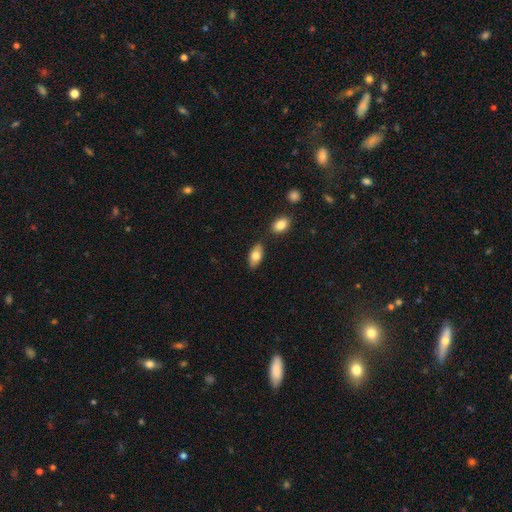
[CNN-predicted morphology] This appears to be a smooth galaxy with no disk features (77%) that is in between round and cigar-shaped (91%). Merging: none (80%).